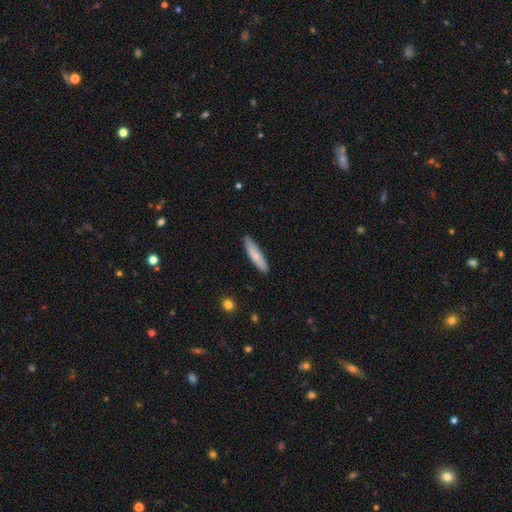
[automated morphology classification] Smooth or featured? Predicted: smooth (p=0.79). How rounded? Predicted: cigar-shaped (p=0.82). Merging? Predicted: none (p=0.88).